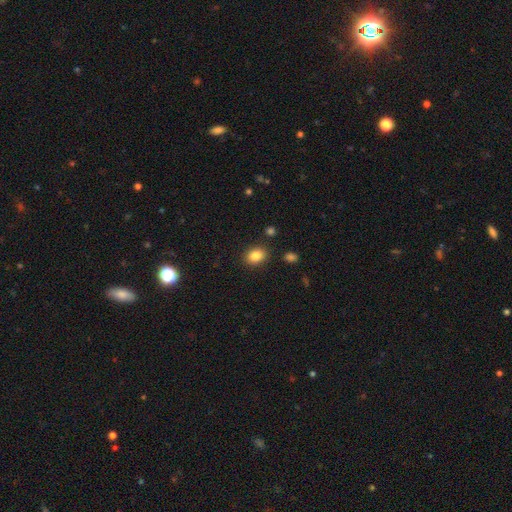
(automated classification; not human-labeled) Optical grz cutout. It shows a smooth galaxy with no disk features (85%) that is in between round and cigar-shaped (62%). Merging: none (87%).